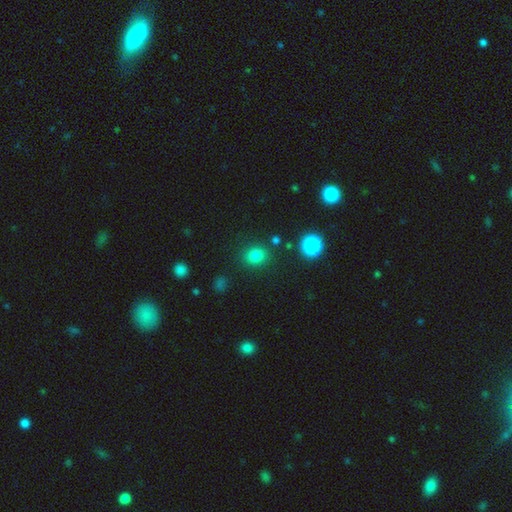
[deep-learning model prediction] Q: Smooth or featured?
A: smooth (78%); runner-up: star or artifact (16%)
Q: How rounded?
A: round (68%); runner-up: in between (31%)
Q: Merging?
A: none (84%); runner-up: minor disturbance (9%)